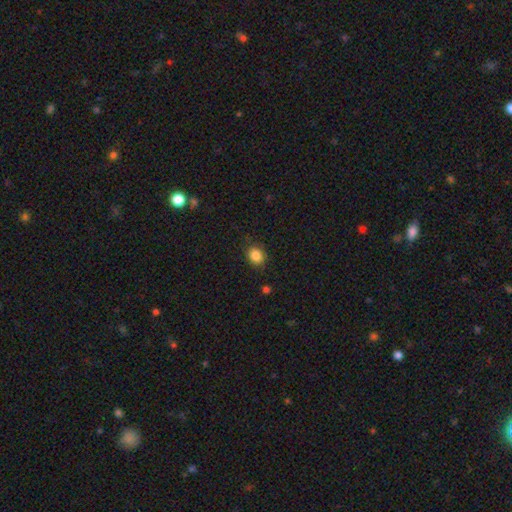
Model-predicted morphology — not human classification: The model was most divided on "how rounded": round: 56%, in between: 43%, cigar-shaped: 1%. More confident: smooth or featured — smooth (85%); merging — none (84%).